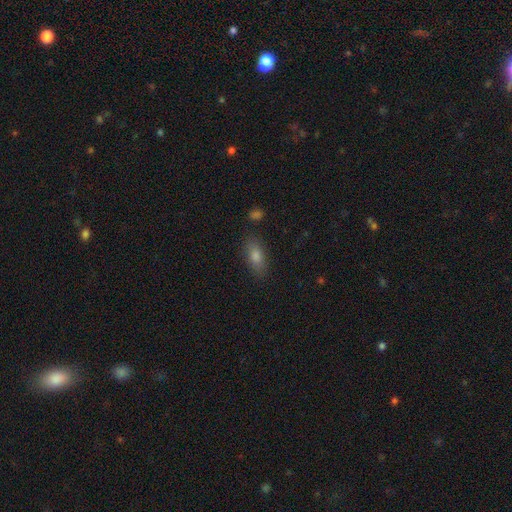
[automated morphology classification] Smooth or featured: smooth — 76% (featured or disk — 13%)
How rounded: in between — 79% (cigar-shaped — 16%)
Merging: none — 85% (minor disturbance — 10%)